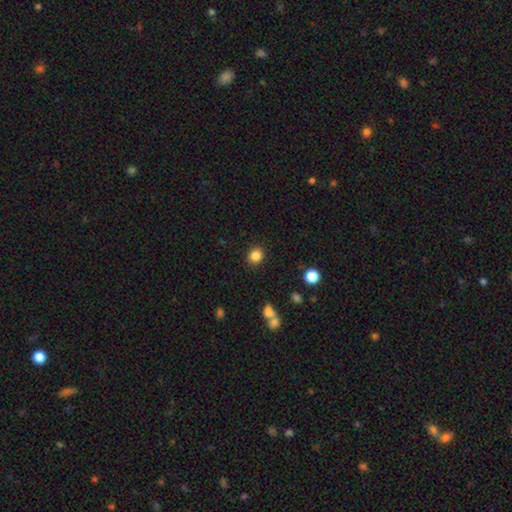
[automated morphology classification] Q: Smooth or featured?
A: smooth (85%); runner-up: star or artifact (11%)
Q: How rounded?
A: round (80%); runner-up: in between (19%)
Q: Merging?
A: none (90%); runner-up: minor disturbance (6%)